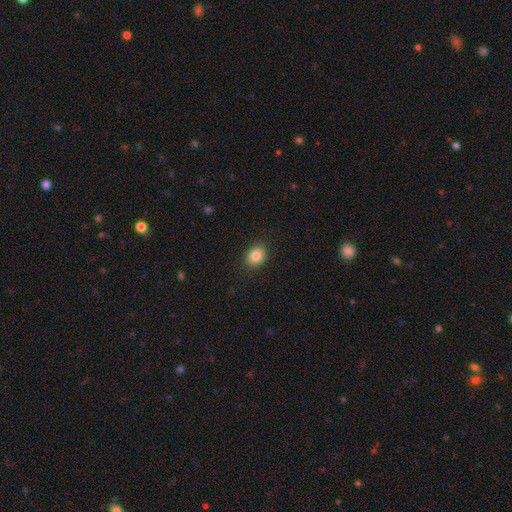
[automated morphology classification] Smooth or featured? Predicted: smooth (p=0.85). How rounded? Predicted: in between (p=0.58). Merging? Predicted: none (p=0.88).